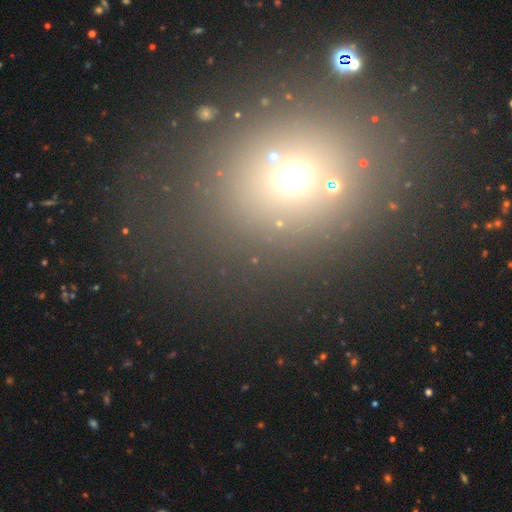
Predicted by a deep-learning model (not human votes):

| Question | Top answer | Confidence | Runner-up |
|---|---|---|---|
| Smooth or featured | smooth | 56% | star or artifact (33%) |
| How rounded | round | 56% | in between (43%) |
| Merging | none | 76% | minor disturbance (11%) |